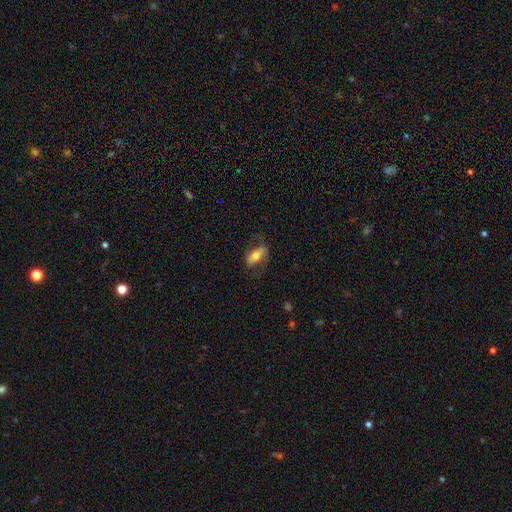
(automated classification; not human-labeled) Smooth or featured? Predicted: featured or disk (p=0.54). Edge-on disk? Predicted: no (p=0.86). Merging? Predicted: none (p=0.67).